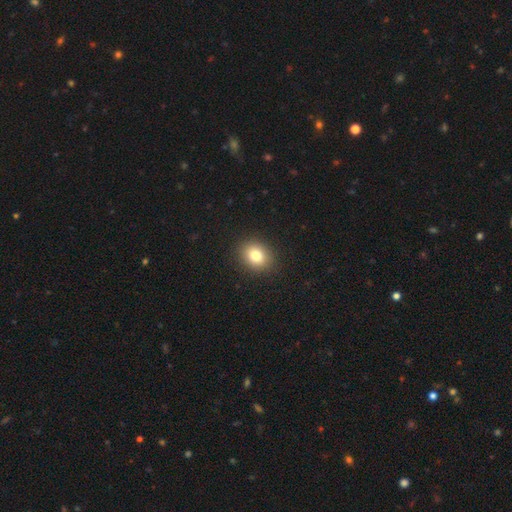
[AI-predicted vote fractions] Overall: smooth (83%). How rounded: round (51%; in between 48%). Merging: none (90%).